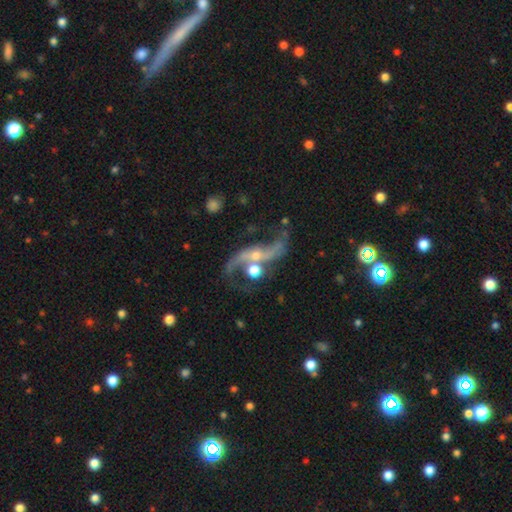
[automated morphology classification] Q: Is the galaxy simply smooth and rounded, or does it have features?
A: featured or disk — 84%.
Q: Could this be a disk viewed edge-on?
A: no — 93%.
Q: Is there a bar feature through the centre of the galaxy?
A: no — 52%.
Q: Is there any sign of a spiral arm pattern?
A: yes — 91%.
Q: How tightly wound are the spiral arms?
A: loose — 87%.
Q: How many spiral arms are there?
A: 2 — 89%.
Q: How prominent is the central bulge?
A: small — 49%.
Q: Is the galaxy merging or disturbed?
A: none — 41%.